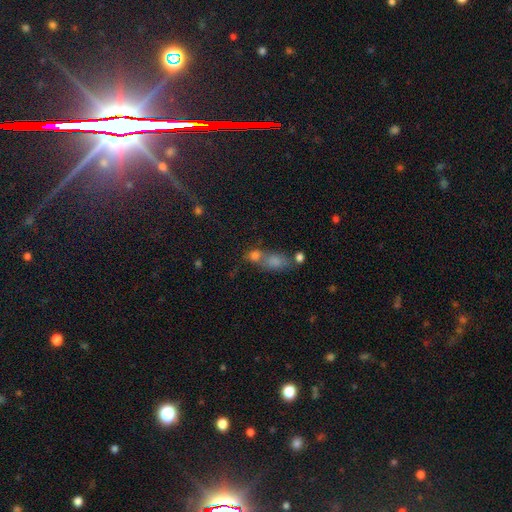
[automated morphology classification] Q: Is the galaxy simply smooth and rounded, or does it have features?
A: smooth — 62%.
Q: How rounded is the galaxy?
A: in between — 57%.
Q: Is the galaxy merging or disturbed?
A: merger — 45%.